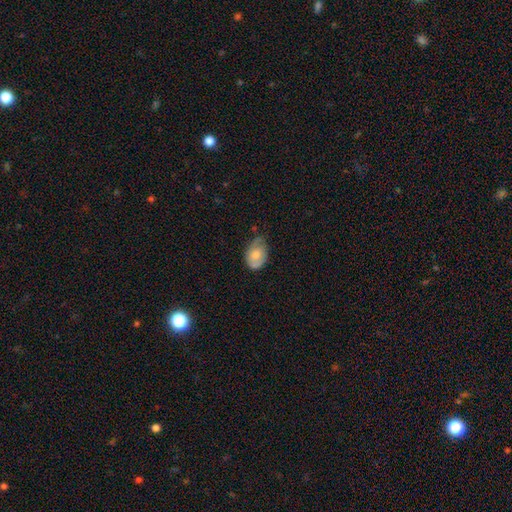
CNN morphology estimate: Smooth or featured? Predicted: smooth (p=0.67). How rounded? Predicted: in between (p=0.82). Merging? Predicted: minor disturbance (p=0.43).